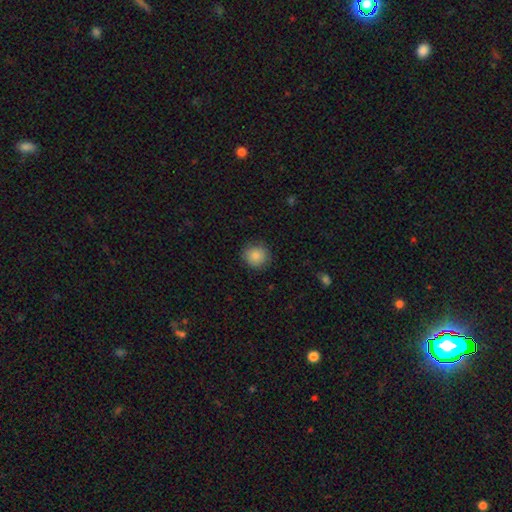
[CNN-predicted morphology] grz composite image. It shows a smooth galaxy with no disk features (86%) that is round (89%). Merging: none (85%).